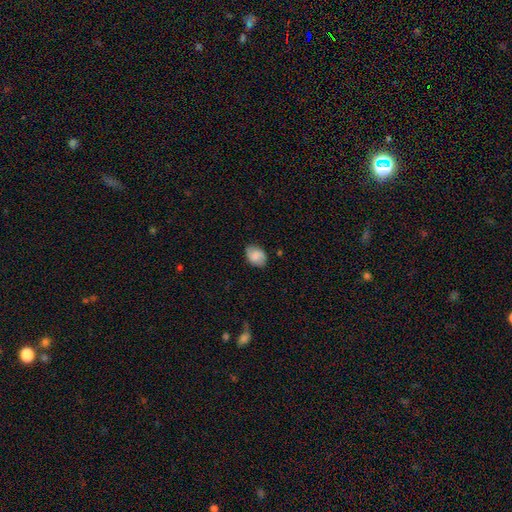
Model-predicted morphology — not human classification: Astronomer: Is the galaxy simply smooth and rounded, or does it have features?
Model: smooth — 76%.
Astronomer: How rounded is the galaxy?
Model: in between — 71%.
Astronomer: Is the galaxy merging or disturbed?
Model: none — 78%.